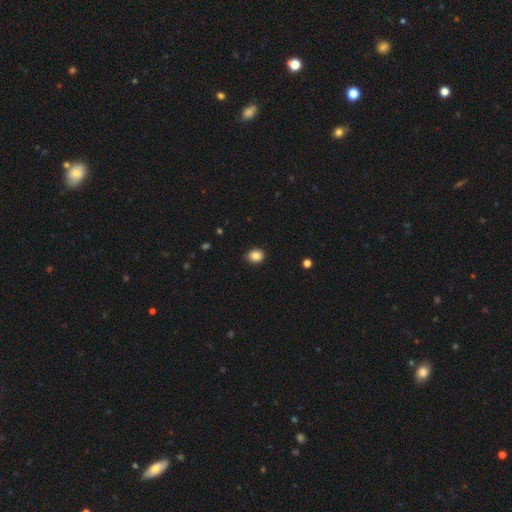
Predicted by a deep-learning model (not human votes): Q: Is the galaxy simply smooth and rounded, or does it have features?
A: smooth — 86%.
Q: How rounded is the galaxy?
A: round — 63%.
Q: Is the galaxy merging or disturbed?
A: none — 88%.